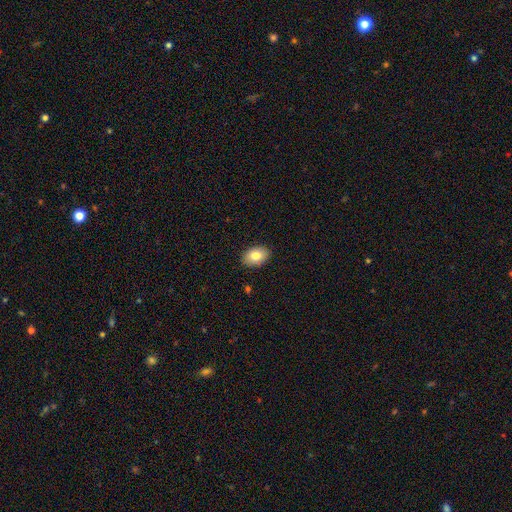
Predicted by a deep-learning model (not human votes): This is clearly a smooth galaxy (82%). How rounded: clearly in between (85%). Merging: clearly none (89%).